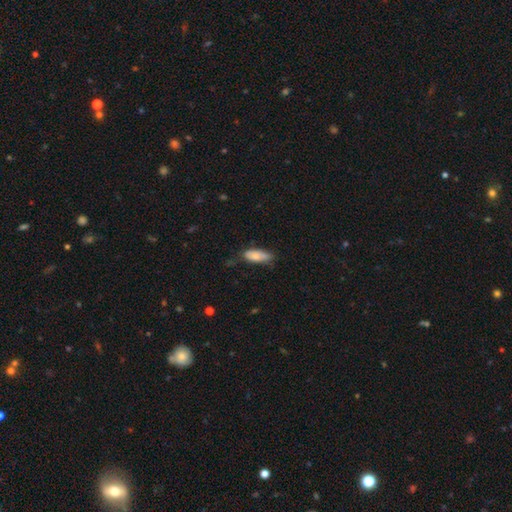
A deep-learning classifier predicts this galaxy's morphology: Smooth or featured? smooth (80%)
How rounded? in between (74%)
Merging? none (60%)